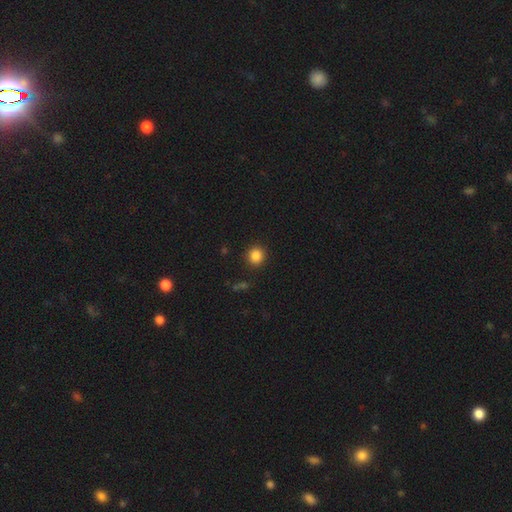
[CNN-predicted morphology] Smooth or featured: smooth — 85% (star or artifact — 11%)
How rounded: round — 90% (in between — 9%)
Merging: none — 90% (minor disturbance — 6%)